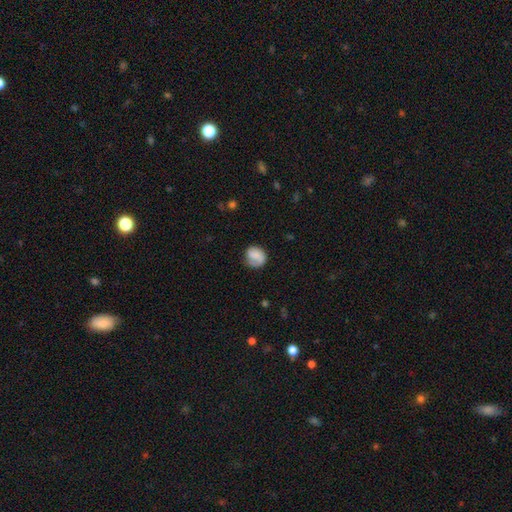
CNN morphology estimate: A smooth galaxy with no disk features (64%) that is round (67%). Merging: none (57%).